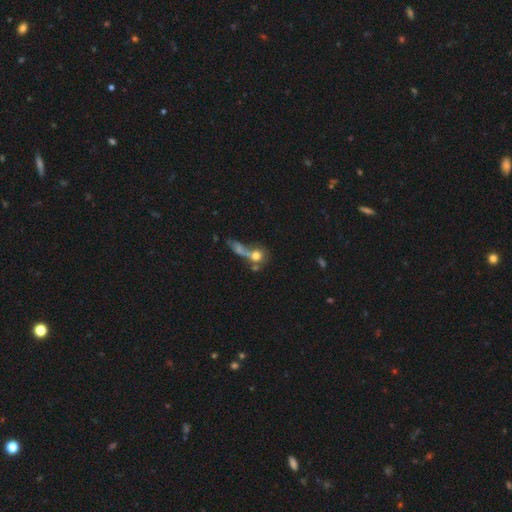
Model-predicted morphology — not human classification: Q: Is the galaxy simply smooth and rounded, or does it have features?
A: smooth — 68%.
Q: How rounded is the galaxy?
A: round — 74%.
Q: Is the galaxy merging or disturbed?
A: merger — 49%.